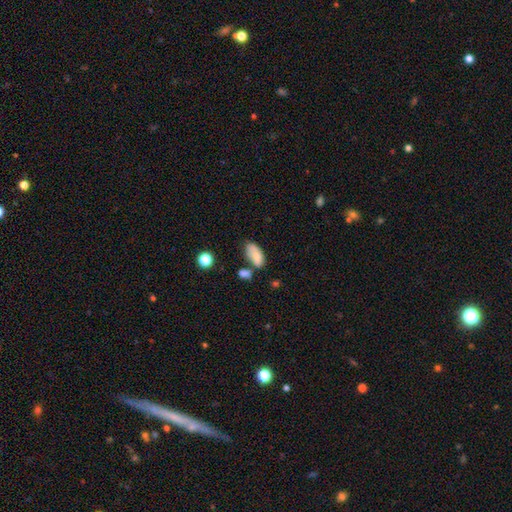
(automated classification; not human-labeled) A smooth galaxy with no disk features (72%) that is in between round and cigar-shaped (92%).

Vote fractions:
- Smooth or featured? smooth: 72% / featured or disk: 20% / star or artifact: 8%
- How rounded? in between: 92% / round: 4% / cigar-shaped: 4%
- Merging? none: 45% / minor disturbance: 24% / merger: 22% / major disturbance: 9%